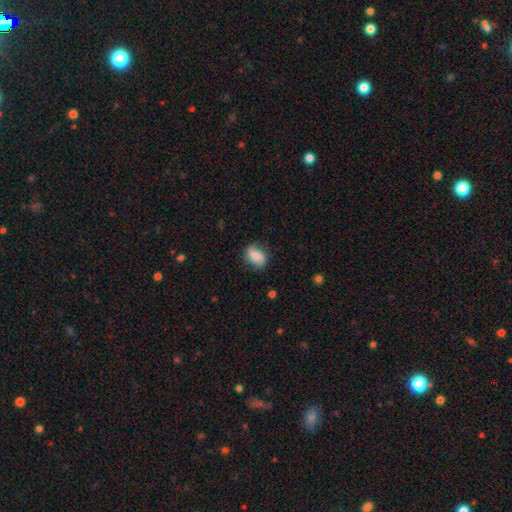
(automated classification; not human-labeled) Smooth or featured? Predicted: smooth (p=0.61). How rounded? Predicted: in between (p=0.66). Merging? Predicted: none (p=0.75).